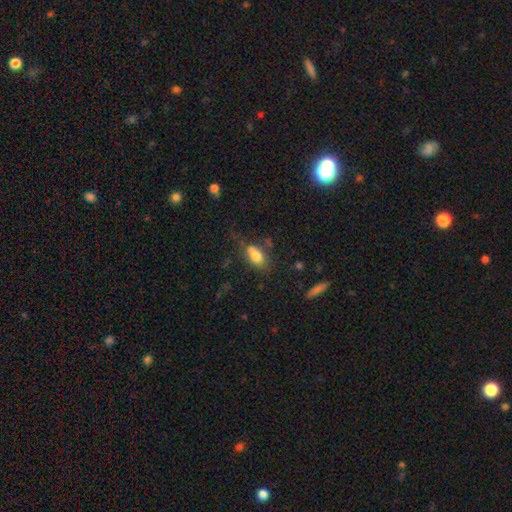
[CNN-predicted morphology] smooth_or_featured: smooth (p=0.76) [alt: featured or disk p=0.14]
how_rounded: in between (p=0.80) [alt: round p=0.16]
merging: none (p=0.49) [alt: minor disturbance p=0.22]